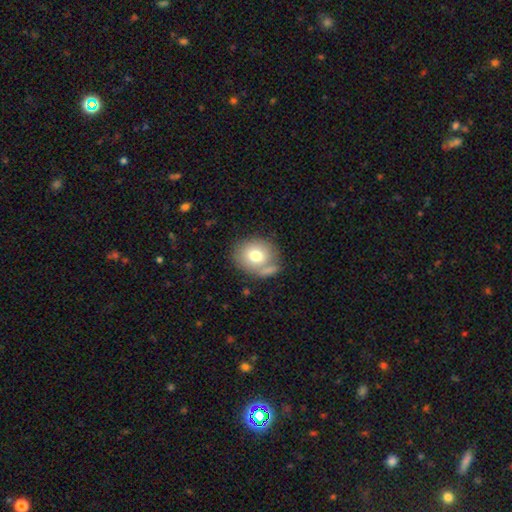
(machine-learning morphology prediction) Smooth or featured: smooth — 73% (featured or disk — 18%)
How rounded: round — 66% (in between — 33%)
Merging: none — 58% (minor disturbance — 19%)